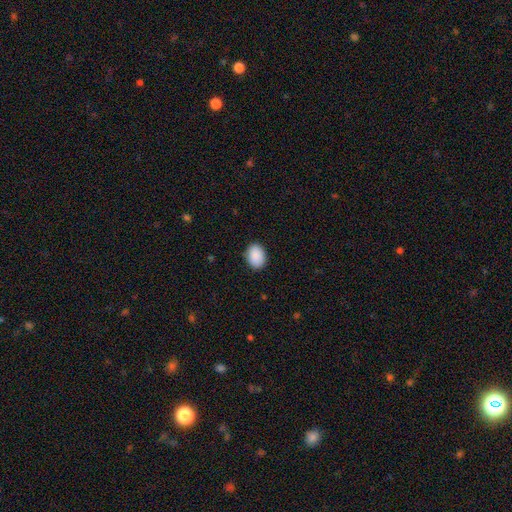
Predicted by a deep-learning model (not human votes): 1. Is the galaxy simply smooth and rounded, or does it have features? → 91% smooth, 7% star or artifact, 3% featured or disk.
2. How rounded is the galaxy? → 74% in between, 25% round, 1% cigar-shaped.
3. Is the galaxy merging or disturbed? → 89% none, 8% minor disturbance, 2% major disturbance, 1% merger.